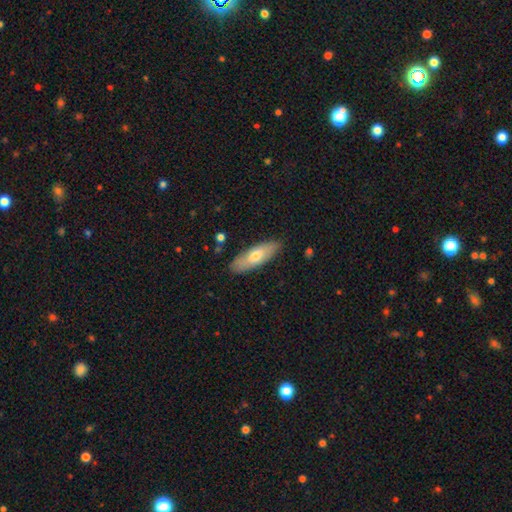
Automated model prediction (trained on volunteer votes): Smooth or featured? Predicted: smooth (p=0.64). How rounded? Predicted: in between (p=0.64). Merging? Predicted: none (p=0.85).